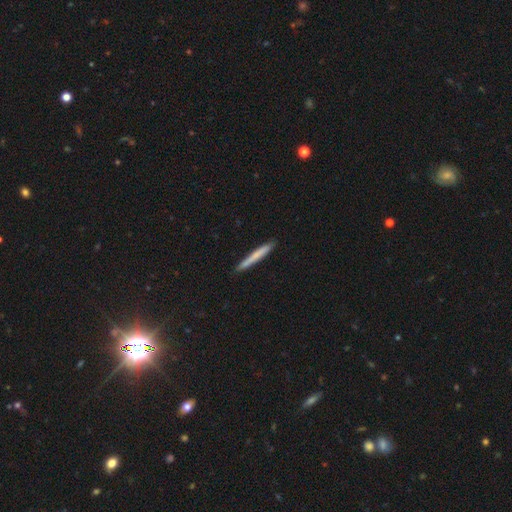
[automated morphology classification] type=smooth (71%); roundness=cigar-shaped (97%); merging=none (91%).